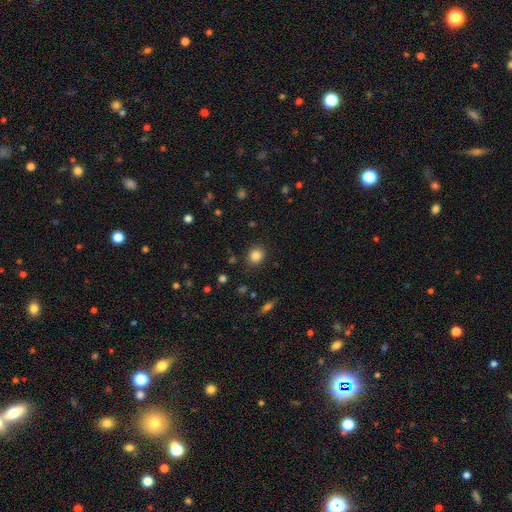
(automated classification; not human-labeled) smooth_or_featured: smooth (p=0.83) [alt: star or artifact p=0.11]
how_rounded: round (p=0.79) [alt: in between p=0.20]
merging: none (p=0.87) [alt: minor disturbance p=0.09]